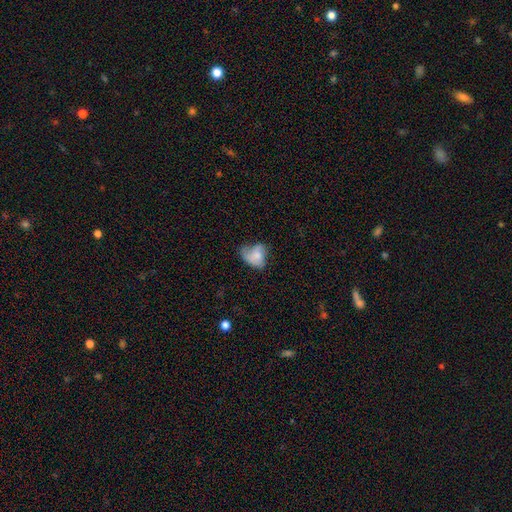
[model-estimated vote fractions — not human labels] smooth_or_featured: smooth (p=0.59) [alt: featured or disk p=0.32]
how_rounded: in between (p=0.72) [alt: round p=0.26]
merging: major disturbance (p=0.33) [alt: minor disturbance p=0.32]